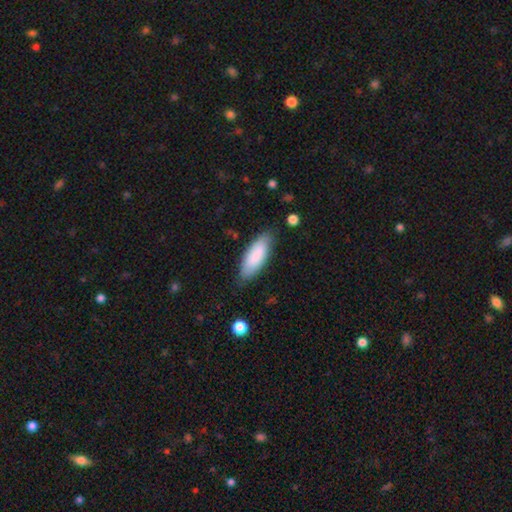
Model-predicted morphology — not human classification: A smooth galaxy with no disk features (85%) that is in between round and cigar-shaped (68%).

Vote fractions:
- Smooth or featured? smooth: 85% / featured or disk: 10% / star or artifact: 6%
- How rounded? in between: 68% / cigar-shaped: 30% / round: 2%
- Merging? none: 80% / minor disturbance: 16% / major disturbance: 3% / merger: 2%